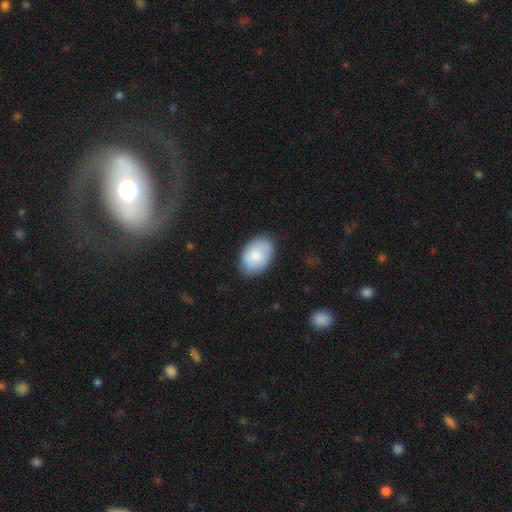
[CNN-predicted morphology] Smooth or featured? smooth (81%)
How rounded? in between (88%)
Merging? none (81%)